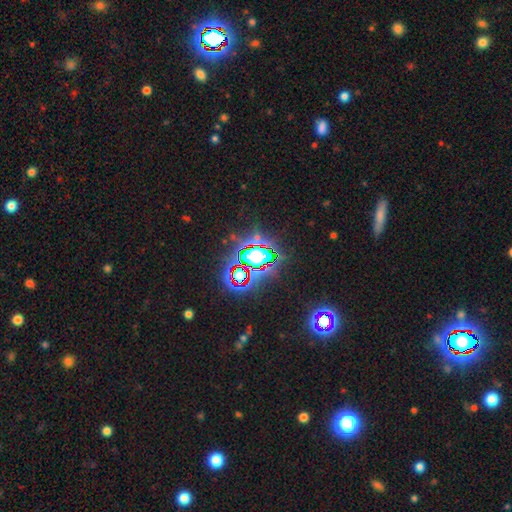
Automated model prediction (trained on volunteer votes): Q: Smooth or featured?
A: star or artifact (73%); runner-up: smooth (16%)